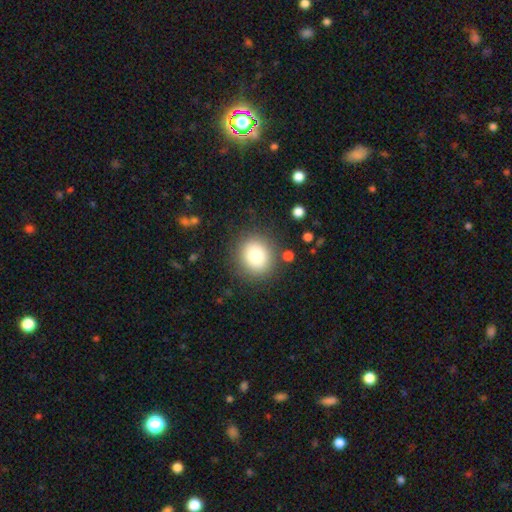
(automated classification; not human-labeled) A smooth galaxy with no disk features (77%) that is round (83%). Merging: none (85%).